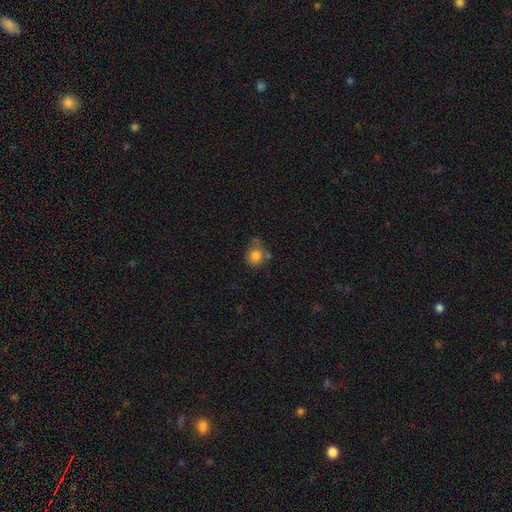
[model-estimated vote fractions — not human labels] This appears to be a smooth galaxy with no disk features (80%) that is round (73%). Merging: none (49%).